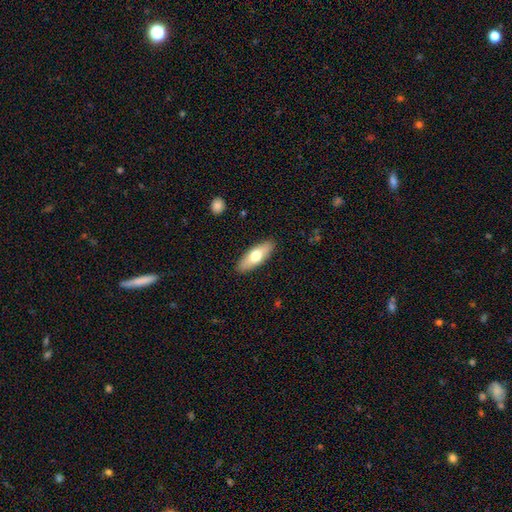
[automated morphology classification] smooth-or-featured: smooth: 66% | featured or disk: 29% | star or artifact: 6%
  how-rounded: in between: 63% | cigar-shaped: 35% | round: 2%
  merging: none: 89% | minor disturbance: 8% | major disturbance: 2% | merger: 1%